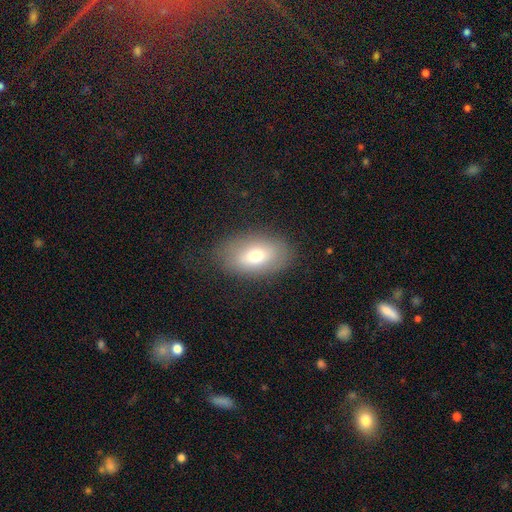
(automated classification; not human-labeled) smooth-or-featured: smooth: 70% | featured or disk: 20% | star or artifact: 10%
  how-rounded: in between: 87% | round: 11% | cigar-shaped: 2%
  merging: none: 80% | minor disturbance: 13% | major disturbance: 6% | merger: 1%